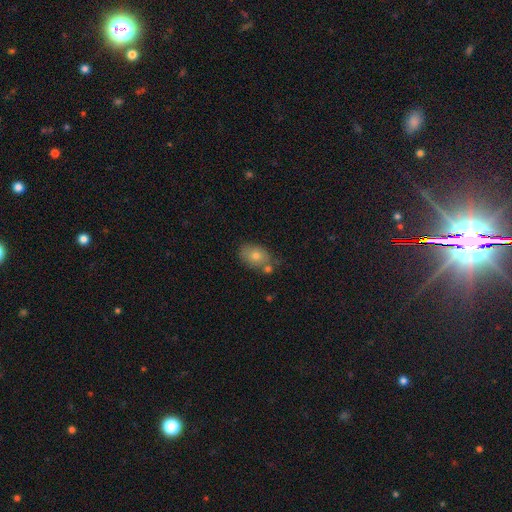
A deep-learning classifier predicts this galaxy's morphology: smooth_or_featured: smooth (p=0.74) [alt: featured or disk p=0.16]
how_rounded: in between (p=0.79) [alt: round p=0.20]
merging: none (p=0.63) [alt: minor disturbance p=0.18]